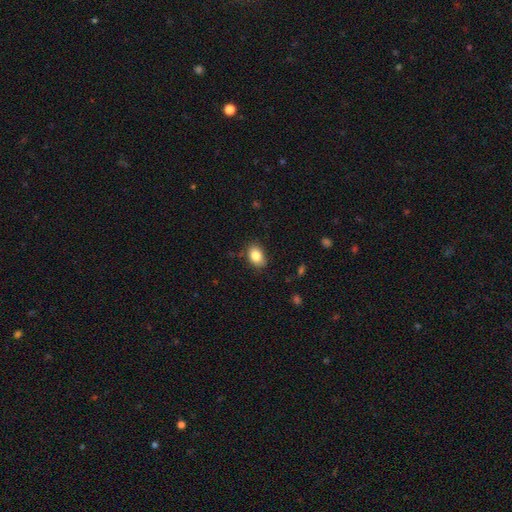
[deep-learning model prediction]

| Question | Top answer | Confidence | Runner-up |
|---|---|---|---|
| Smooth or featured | smooth | 85% | star or artifact (8%) |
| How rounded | in between | 79% | round (20%) |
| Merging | none | 80% | minor disturbance (16%) |